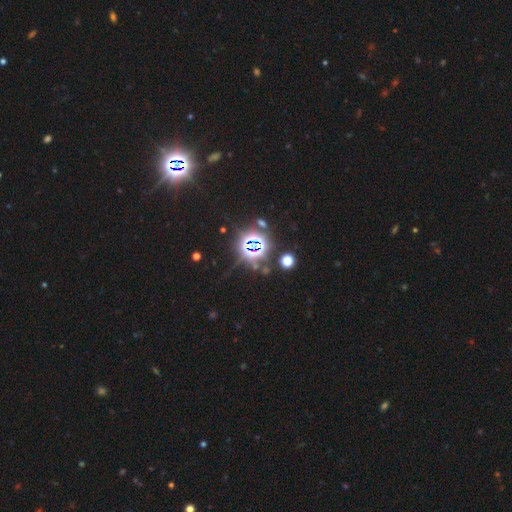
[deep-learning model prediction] Morphology: type=star or artifact (79%).